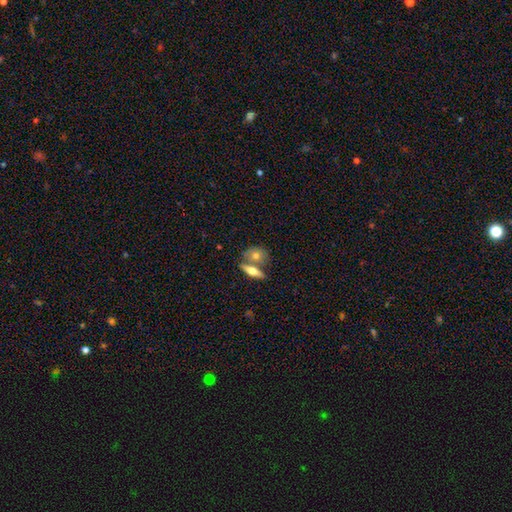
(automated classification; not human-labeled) Morphology: type=smooth (65%); roundness=in between (57%); merging=none (47%).